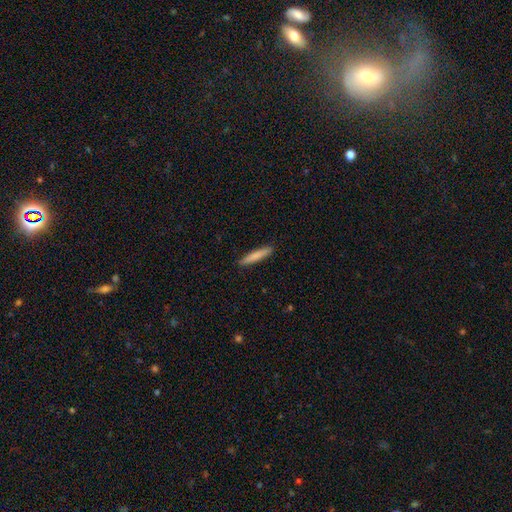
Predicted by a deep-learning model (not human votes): Smooth or featured? Predicted: smooth (p=0.81). How rounded? Predicted: cigar-shaped (p=0.91). Merging? Predicted: none (p=0.91).